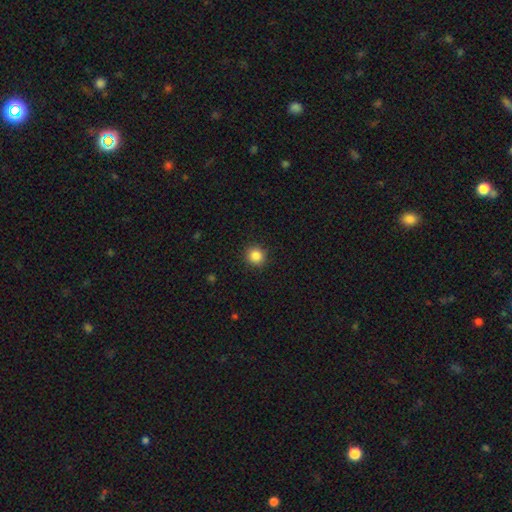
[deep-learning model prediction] Smooth or featured? smooth (86%)
How rounded? round (93%)
Merging? none (92%)